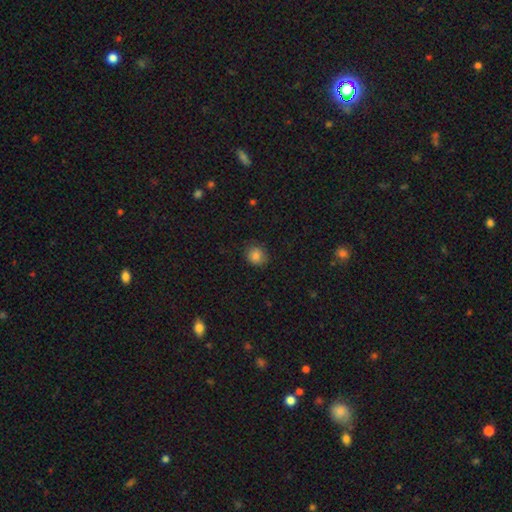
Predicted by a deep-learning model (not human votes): Morphology: type=smooth (83%); roundness=round (78%); merging=none (83%).